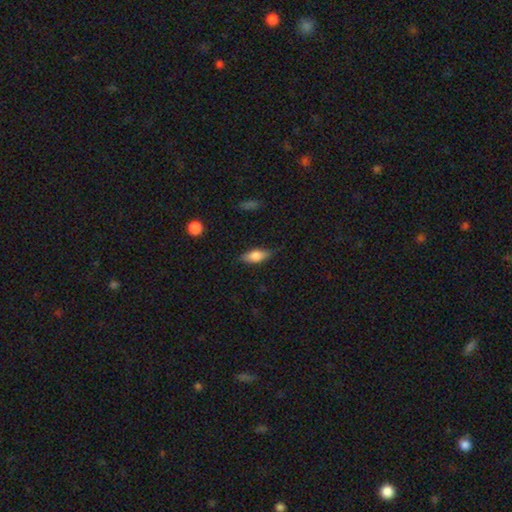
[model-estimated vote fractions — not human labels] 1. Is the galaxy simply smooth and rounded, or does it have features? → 71% smooth, 22% featured or disk, 7% star or artifact.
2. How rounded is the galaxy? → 73% in between, 24% cigar-shaped, 3% round.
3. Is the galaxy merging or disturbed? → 80% none, 16% minor disturbance, 3% major disturbance, 1% merger.